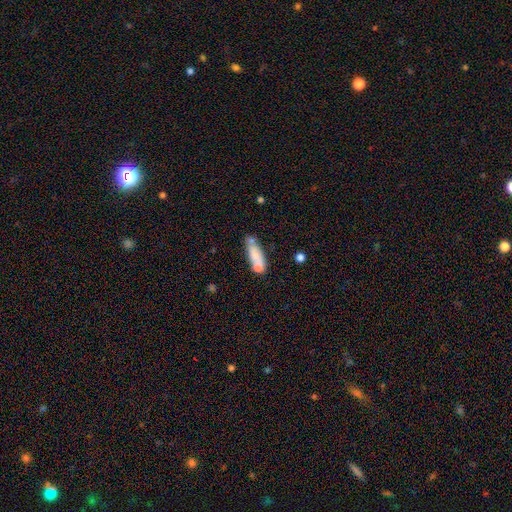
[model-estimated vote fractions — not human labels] Smooth or featured? smooth (71%)
How rounded? in between (56%)
Merging? none (48%)